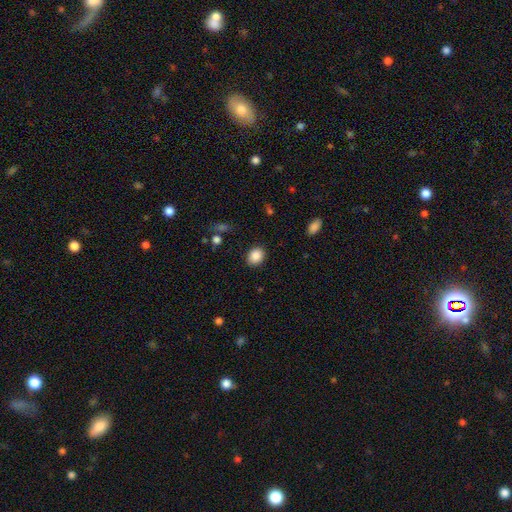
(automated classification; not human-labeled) This appears to be a smooth galaxy with no disk features (87%) that is round (57%). Merging: none (88%).